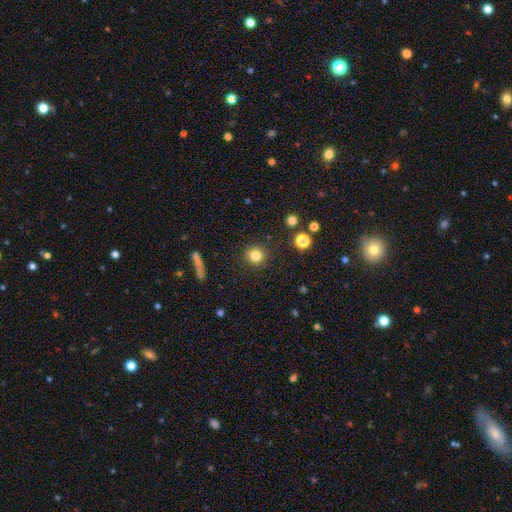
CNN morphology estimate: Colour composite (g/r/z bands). It shows a smooth galaxy with no disk features (82%) that is round (92%). Merging: none (89%).